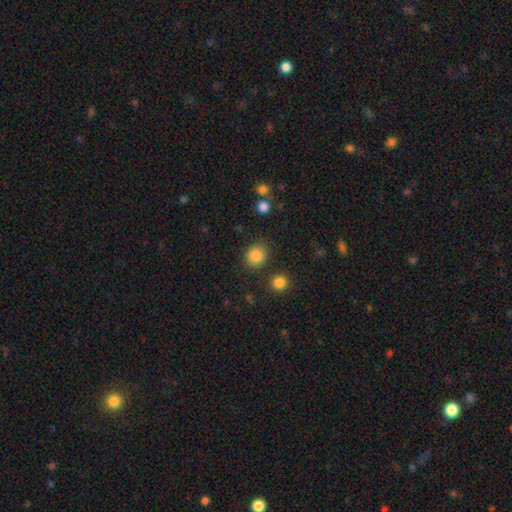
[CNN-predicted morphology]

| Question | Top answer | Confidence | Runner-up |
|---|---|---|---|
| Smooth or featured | smooth | 86% | star or artifact (10%) |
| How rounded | round | 77% | in between (22%) |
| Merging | none | 82% | minor disturbance (11%) |